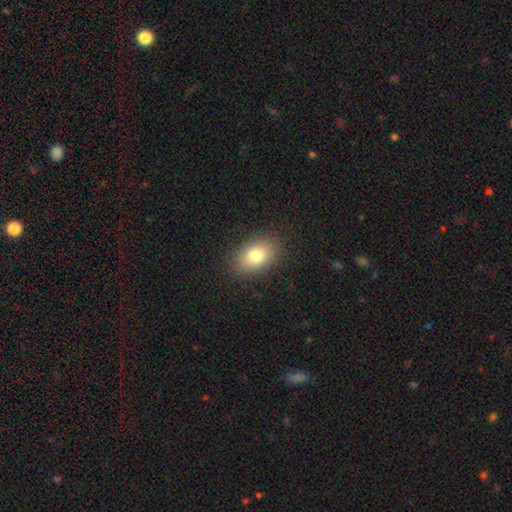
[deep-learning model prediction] A smooth galaxy with no disk features (80%) that is in between round and cigar-shaped (84%). Merging: none (87%).